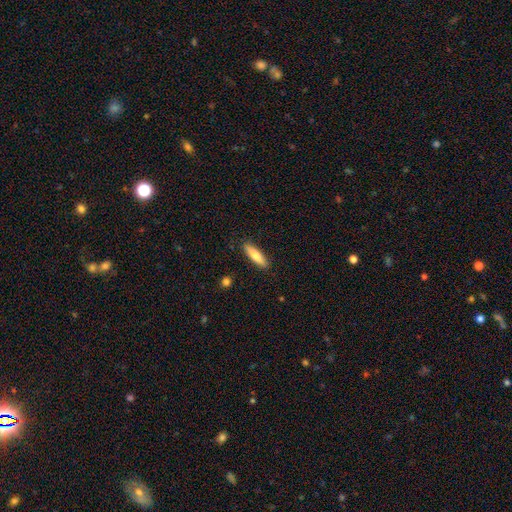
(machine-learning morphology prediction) Smooth or featured: smooth — 75% (featured or disk — 20%)
How rounded: cigar-shaped — 69% (in between — 29%)
Merging: none — 89% (minor disturbance — 8%)